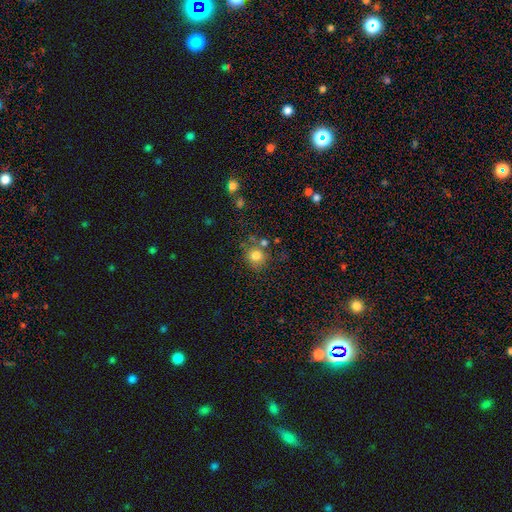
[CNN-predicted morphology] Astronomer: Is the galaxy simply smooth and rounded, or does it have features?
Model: smooth — 80%.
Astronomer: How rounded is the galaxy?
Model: round — 87%.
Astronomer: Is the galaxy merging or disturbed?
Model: none — 70%.